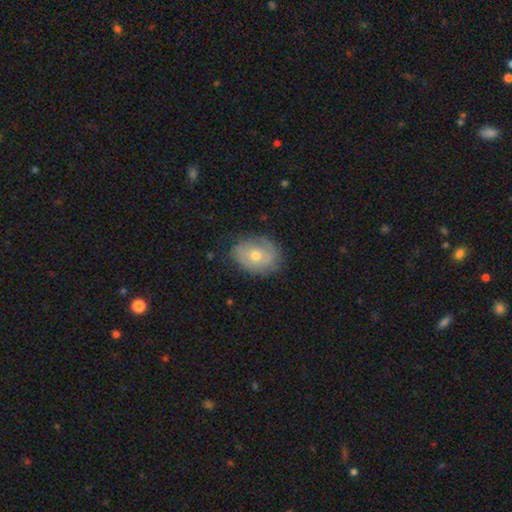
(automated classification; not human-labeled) A featured or disk galaxy (48%). Merging: none (73%).